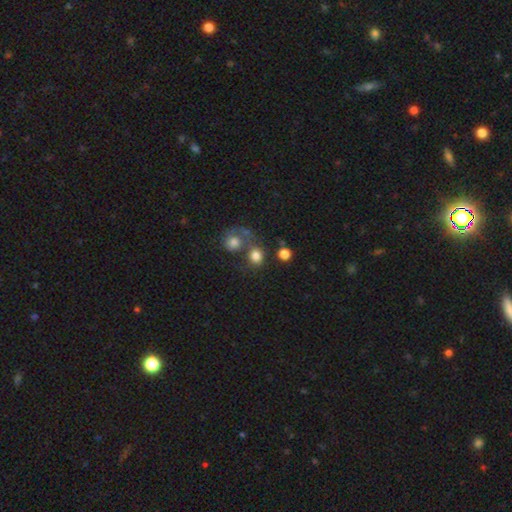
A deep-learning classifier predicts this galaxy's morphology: smooth-or-featured: smooth: 78% | featured or disk: 11% | star or artifact: 11%
  how-rounded: round: 79% | in between: 20% | cigar-shaped: 1%
  merging: none: 48% | merger: 33% | minor disturbance: 10% | major disturbance: 8%